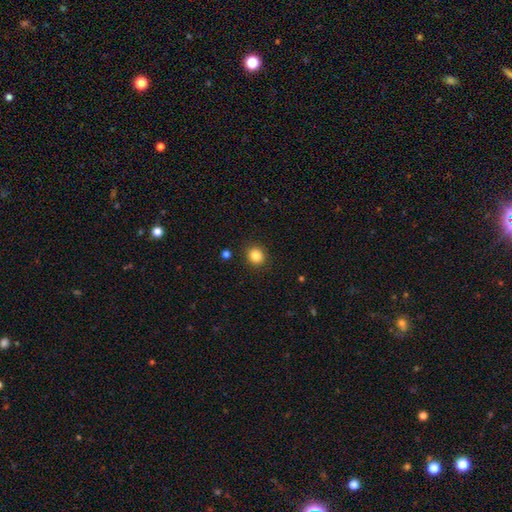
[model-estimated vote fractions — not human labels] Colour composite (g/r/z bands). It shows a smooth galaxy with no disk features (84%) that is round (84%). Merging: none (91%).